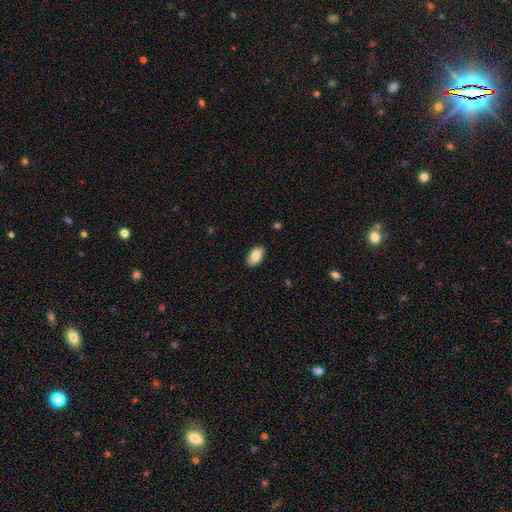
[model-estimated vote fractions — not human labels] A smooth galaxy with no disk features (84%) that is in between round and cigar-shaped (94%). Merging: none (87%).